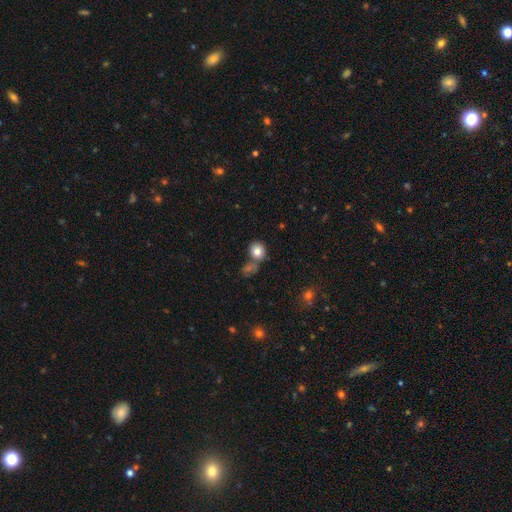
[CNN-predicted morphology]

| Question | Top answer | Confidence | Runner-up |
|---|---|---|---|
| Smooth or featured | smooth | 64% | star or artifact (24%) |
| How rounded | round | 79% | in between (18%) |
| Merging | none | 55% | merger (27%) |